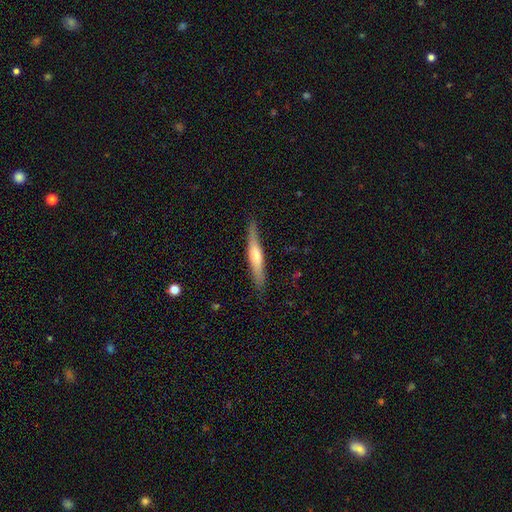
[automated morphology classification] Smooth or featured: smooth — 50% (featured or disk — 45%)
Merging: none — 85% (minor disturbance — 12%)